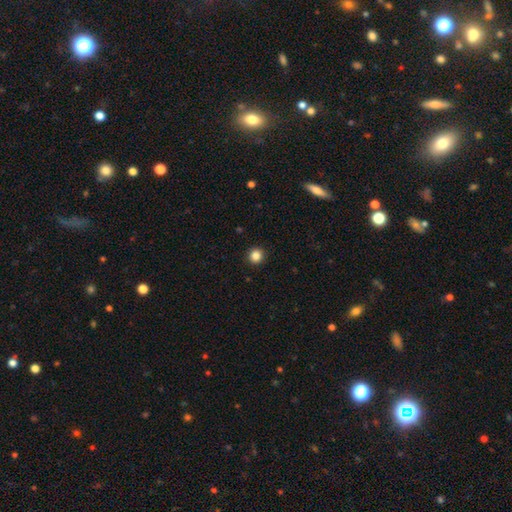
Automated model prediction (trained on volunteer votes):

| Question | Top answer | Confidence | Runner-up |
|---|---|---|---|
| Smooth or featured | smooth | 86% | star or artifact (11%) |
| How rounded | round | 94% | in between (5%) |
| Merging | none | 93% | minor disturbance (4%) |